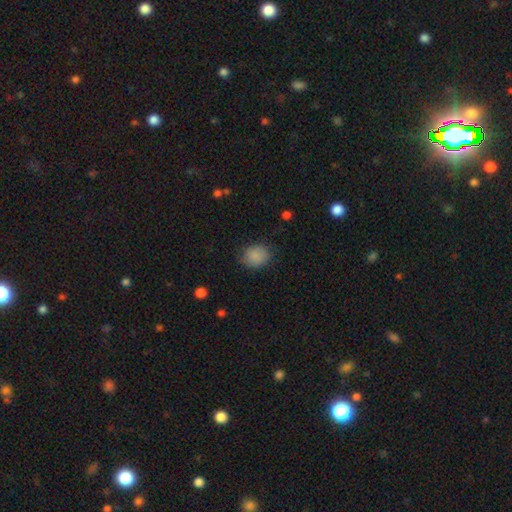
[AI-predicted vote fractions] The model was most divided on "how rounded": round: 60%, in between: 39%, cigar-shaped: 1%. More confident: smooth or featured — smooth (86%); merging — none (79%).